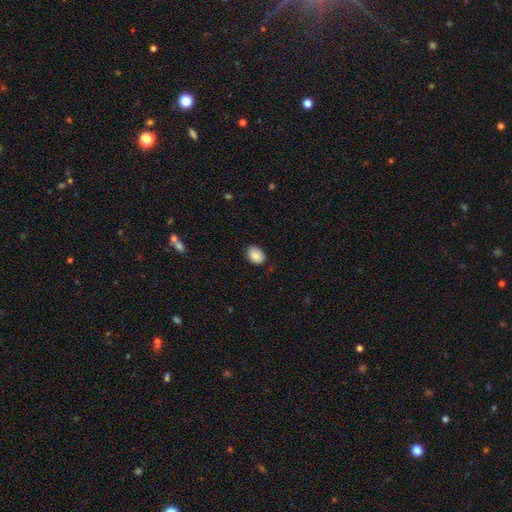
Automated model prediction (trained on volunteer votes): This appears to be a smooth galaxy with no disk features (86%) that is in between round and cigar-shaped (74%). Merging: none (79%).